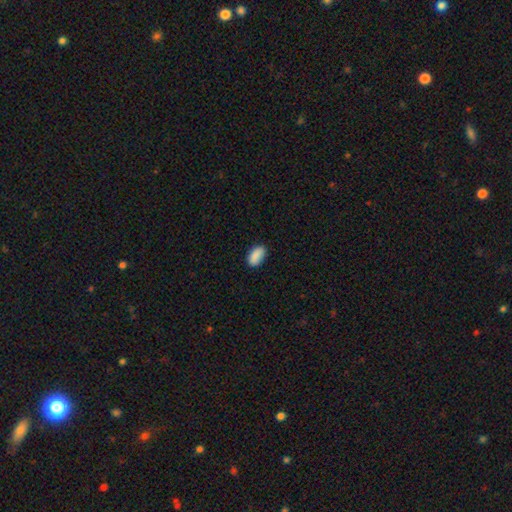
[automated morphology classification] This appears to be a smooth galaxy with no disk features (89%) that is in between round and cigar-shaped (92%). Merging: none (82%).